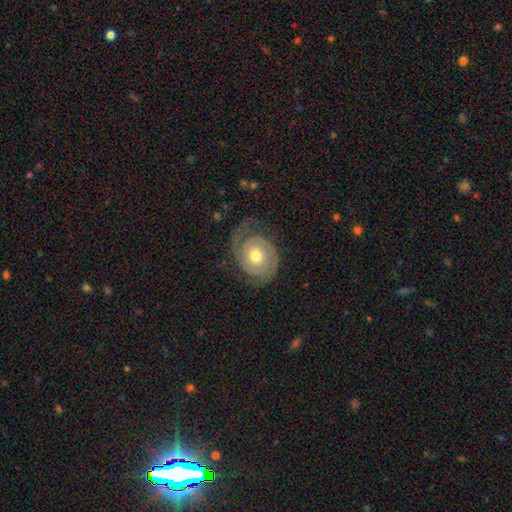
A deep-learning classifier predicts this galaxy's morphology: Smooth or featured?
  - featured or disk: 85% *
  - smooth: 10%
  - star or artifact: 5%
Edge-on disk?
  - no: 97% *
  - yes: 3%
Bar?
  - no: 78% *
  - weak: 18%
  - strong: 4%
Spiral arms?
  - yes: 96% *
  - no: 4%
Spiral winding?
  - tight: 63% *
  - medium: 27%
  - loose: 9%
Spiral arm count?
  - 2: 79% *
  - 1: 8%
  - can't tell: 7%
  - 3: 3%
  - 4: 1%
  - more than 4: 1%
Bulge size?
  - moderate: 72% *
  - small: 19%
  - large: 7%
  - dominant: 1%
  - none: 1%
Merging?
  - none: 70% *
  - minor disturbance: 17%
  - major disturbance: 12%
  - merger: 1%